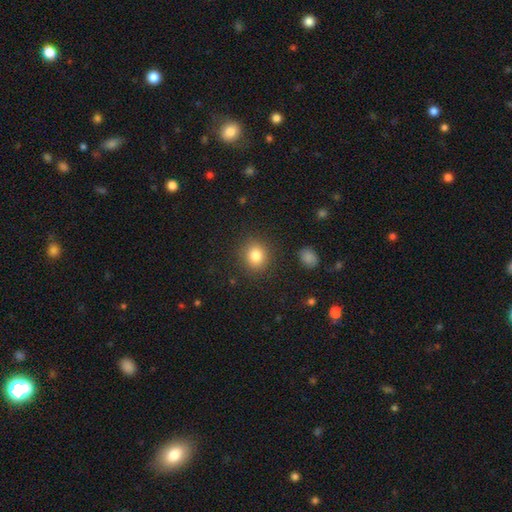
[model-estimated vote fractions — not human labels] A smooth galaxy with no disk features (83%) that is round (78%).

Vote fractions:
- Smooth or featured? smooth: 83% / star or artifact: 11% / featured or disk: 6%
- How rounded? round: 78% / in between: 21% / cigar-shaped: 1%
- Merging? none: 88% / minor disturbance: 8% / major disturbance: 3% / merger: 2%